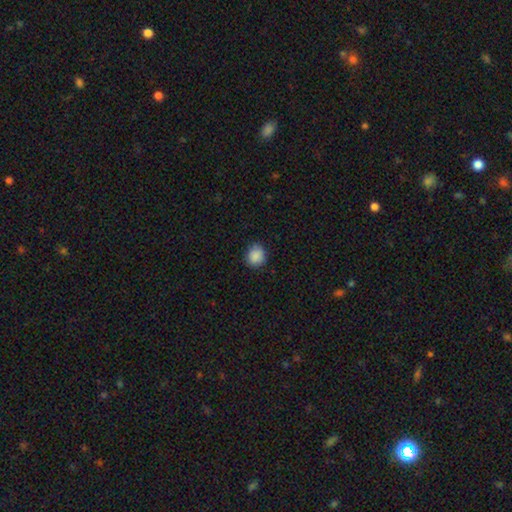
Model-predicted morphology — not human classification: Smooth or featured? Predicted: smooth (p=0.88). How rounded? Predicted: round (p=0.78). Merging? Predicted: none (p=0.85).